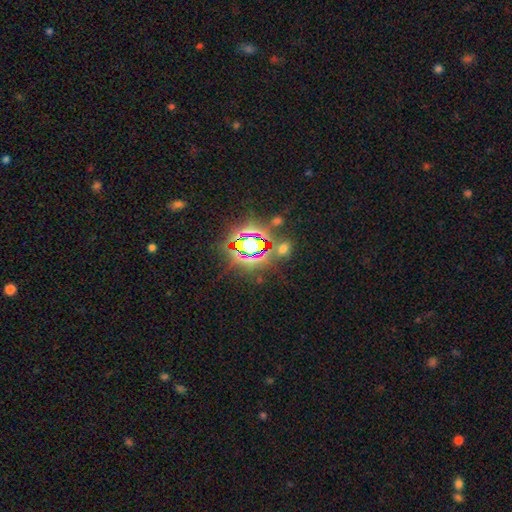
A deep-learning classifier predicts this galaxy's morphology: A star or artifact, not a galaxy (77%).